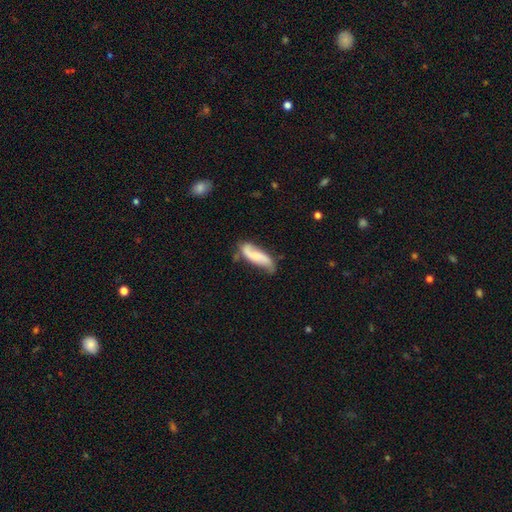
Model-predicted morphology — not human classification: smooth-or-featured: featured or disk: 57% | smooth: 37% | star or artifact: 6%
  disk-edge-on: no: 87% | yes: 13%
  merging: none: 58% | minor disturbance: 28% | major disturbance: 9% | merger: 4%